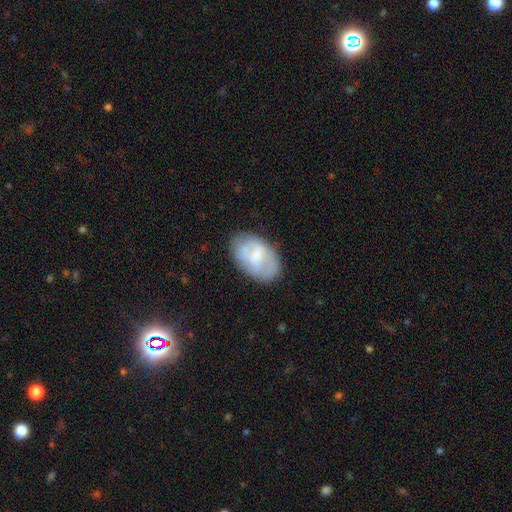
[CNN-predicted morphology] smooth 48%, featured or disk 45%, star or artifact 7%. Down the decision tree: merging — none (70%).